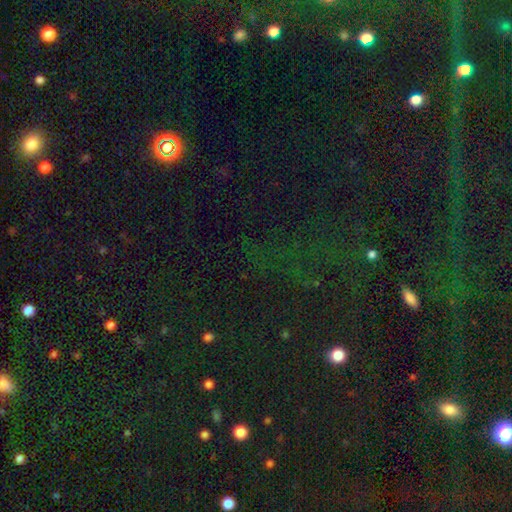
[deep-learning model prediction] Q: Smooth or featured?
A: star or artifact (71%); runner-up: smooth (20%)